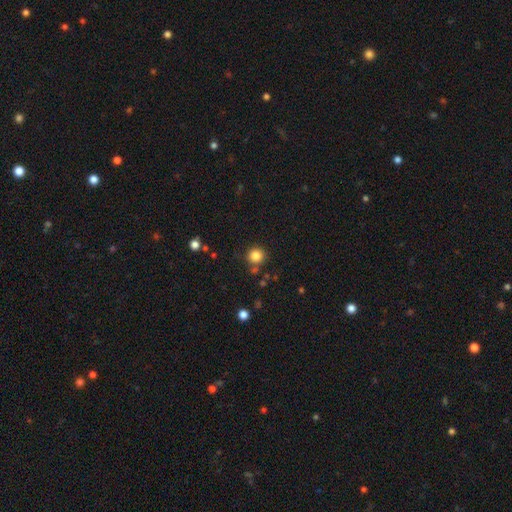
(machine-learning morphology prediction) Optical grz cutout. It shows a smooth galaxy with no disk features (83%) that is round (93%). Merging: none (82%).